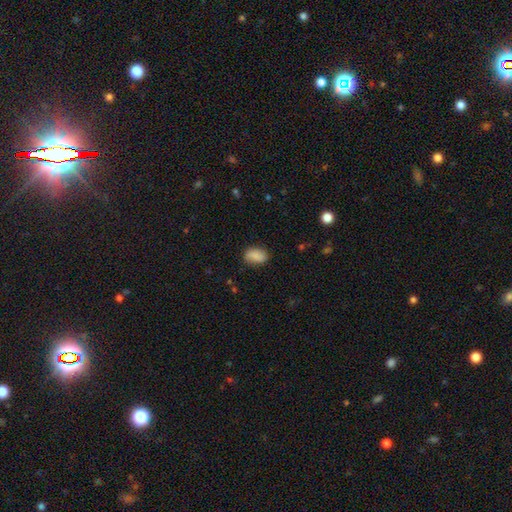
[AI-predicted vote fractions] smooth-or-featured: smooth: 85% | star or artifact: 8% | featured or disk: 7%
  how-rounded: in between: 87% | round: 11% | cigar-shaped: 2%
  merging: none: 78% | minor disturbance: 17% | major disturbance: 4% | merger: 1%